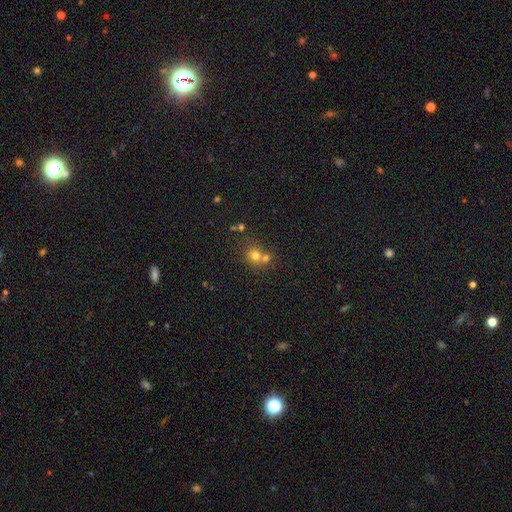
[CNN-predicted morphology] Smooth or featured?
  - smooth: 70% *
  - star or artifact: 18%
  - featured or disk: 12%
How rounded?
  - round: 82% *
  - in between: 17%
  - cigar-shaped: 1%
Merging?
  - none: 49% *
  - merger: 40%
  - minor disturbance: 8%
  - major disturbance: 3%